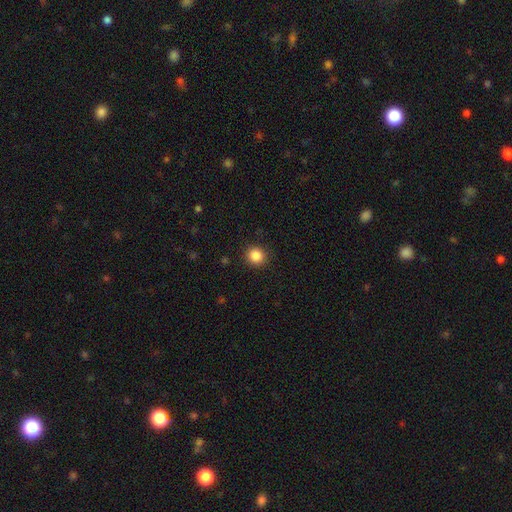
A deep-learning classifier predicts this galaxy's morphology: Smooth or featured?
  - smooth: 86% *
  - star or artifact: 11%
  - featured or disk: 4%
How rounded?
  - round: 90% *
  - in between: 9%
  - cigar-shaped: 1%
Merging?
  - none: 91% *
  - minor disturbance: 6%
  - major disturbance: 2%
  - merger: 1%